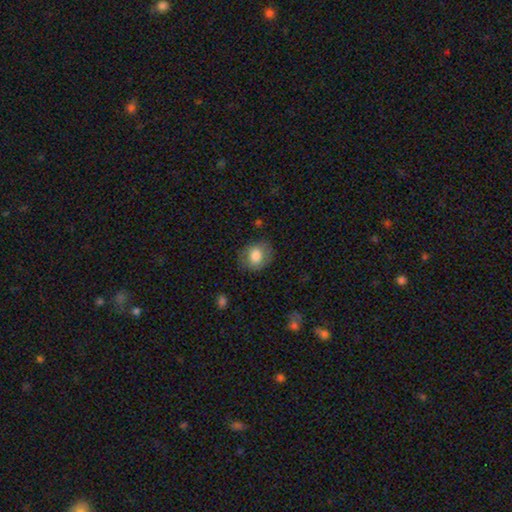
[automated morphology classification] A smooth galaxy with no disk features (77%) that is round (56%).

Vote fractions:
- Smooth or featured? smooth: 77% / featured or disk: 15% / star or artifact: 8%
- How rounded? round: 56% / in between: 43% / cigar-shaped: 1%
- Merging? none: 78% / minor disturbance: 15% / major disturbance: 5% / merger: 1%